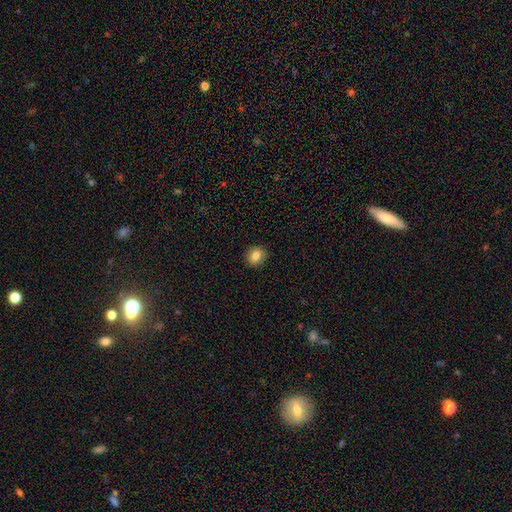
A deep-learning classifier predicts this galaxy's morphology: smooth_or_featured: smooth (p=0.82) [alt: star or artifact p=0.10]
how_rounded: round (p=0.68) [alt: in between p=0.31]
merging: none (p=0.90) [alt: minor disturbance p=0.07]